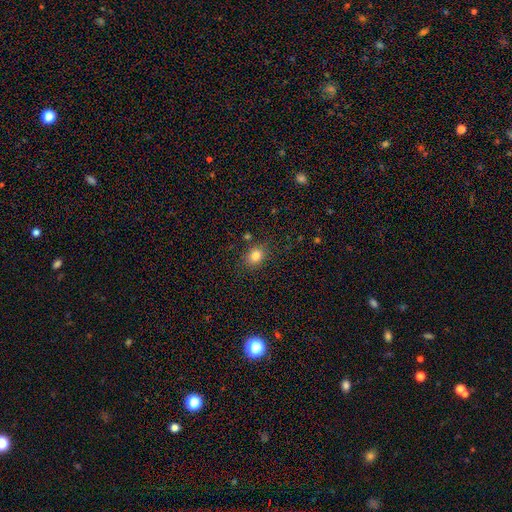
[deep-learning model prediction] smooth 82%, star or artifact 12%, featured or disk 6%. Down the decision tree: how rounded — round (54%); merging — none (82%).